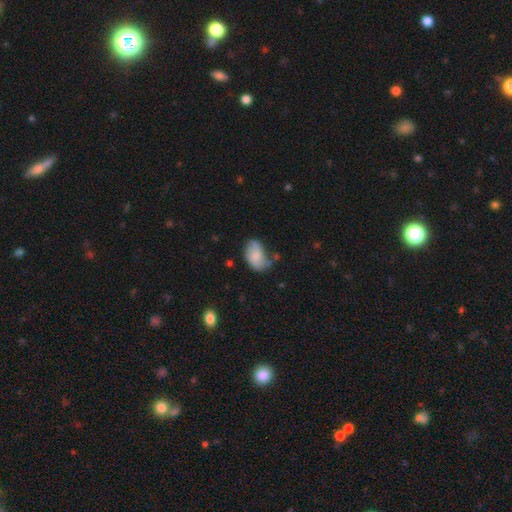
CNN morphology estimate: type=smooth (66%); roundness=in between (88%); merging=none (39%).